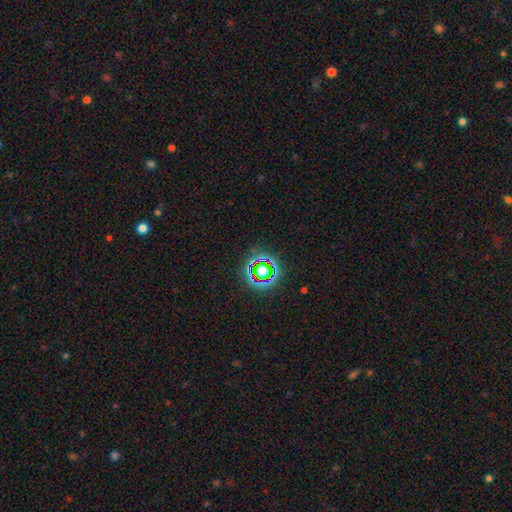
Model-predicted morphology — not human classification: Smooth or featured? Predicted: star or artifact (p=0.74).